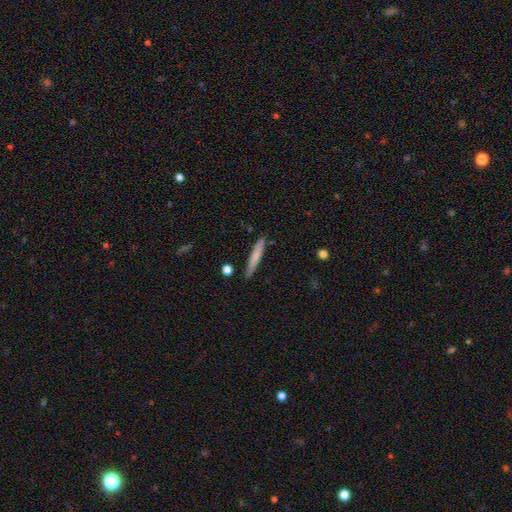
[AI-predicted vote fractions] Smooth or featured?
  - smooth: 70% *
  - featured or disk: 24%
  - star or artifact: 6%
How rounded?
  - cigar-shaped: 95% *
  - in between: 4%
  - round: 1%
Merging?
  - none: 87% *
  - minor disturbance: 9%
  - merger: 2%
  - major disturbance: 2%